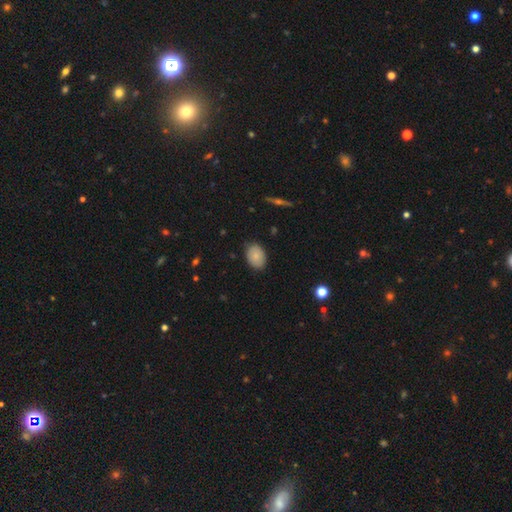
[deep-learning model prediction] smooth-or-featured: smooth: 84% | featured or disk: 9% | star or artifact: 8%
  how-rounded: in between: 77% | round: 21% | cigar-shaped: 1%
  merging: none: 83% | minor disturbance: 14% | major disturbance: 2% | merger: 1%